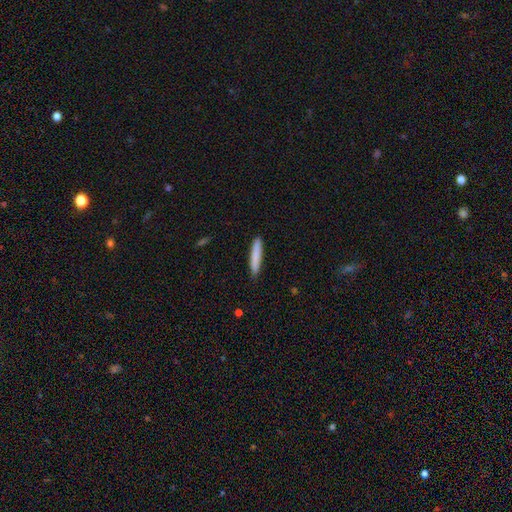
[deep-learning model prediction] Smooth or featured: smooth — 82% (featured or disk — 12%)
How rounded: cigar-shaped — 93% (in between — 6%)
Merging: none — 89% (minor disturbance — 8%)